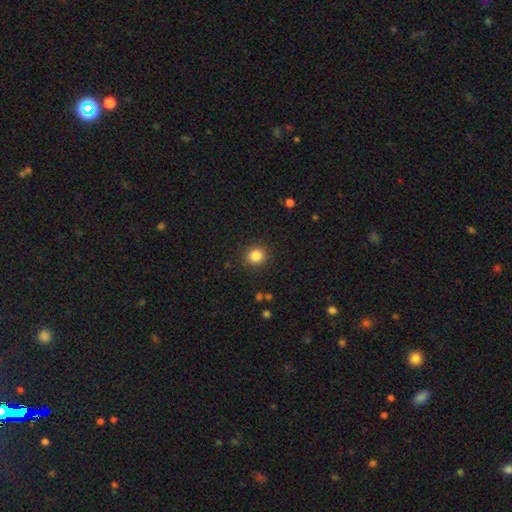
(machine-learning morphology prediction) smooth-or-featured: smooth: 85% | star or artifact: 11% | featured or disk: 4%
  how-rounded: round: 90% | in between: 9% | cigar-shaped: 1%
  merging: none: 90% | minor disturbance: 6% | major disturbance: 2% | merger: 1%